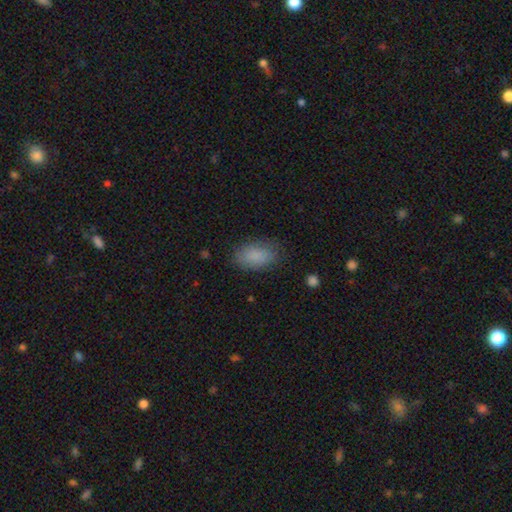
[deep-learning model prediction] Morphology: type=smooth (87%); roundness=in between (92%); merging=none (80%).